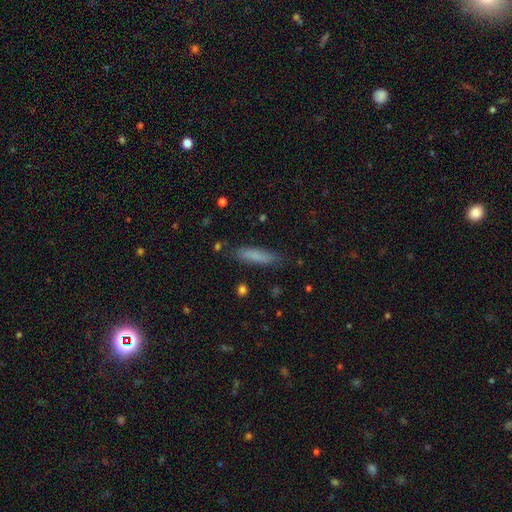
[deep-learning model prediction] Smooth or featured?
  - smooth: 81% *
  - featured or disk: 11%
  - star or artifact: 7%
How rounded?
  - cigar-shaped: 77% *
  - in between: 21%
  - round: 2%
Merging?
  - none: 82% *
  - minor disturbance: 13%
  - major disturbance: 3%
  - merger: 2%